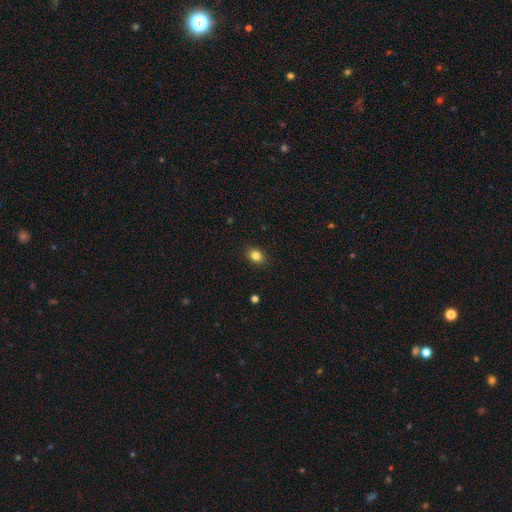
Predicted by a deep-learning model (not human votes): The model was most divided on "how rounded": in between: 61%, round: 37%, cigar-shaped: 1%. More confident: merging — none (89%); smooth or featured — smooth (84%).